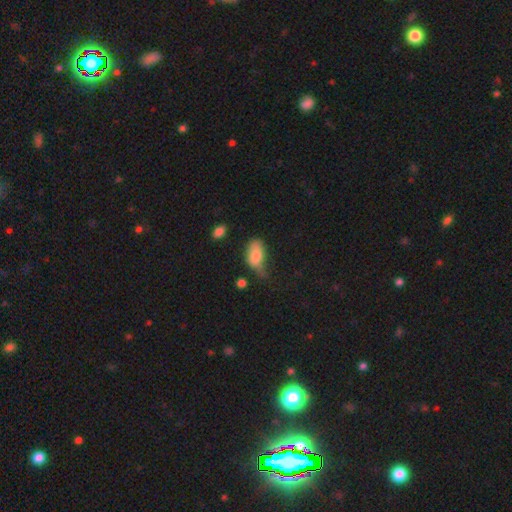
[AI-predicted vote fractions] Overall: smooth (77%). How rounded: in between (90%). Merging: minor disturbance (41%; major disturbance 30%).